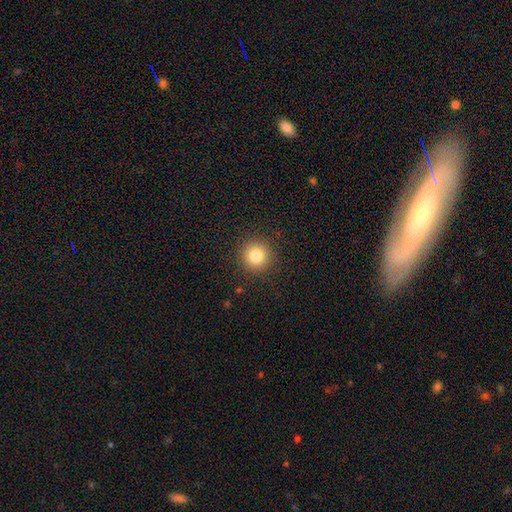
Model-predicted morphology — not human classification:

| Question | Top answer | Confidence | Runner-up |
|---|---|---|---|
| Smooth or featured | smooth | 83% | star or artifact (11%) |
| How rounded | round | 95% | in between (4%) |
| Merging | none | 91% | minor disturbance (6%) |